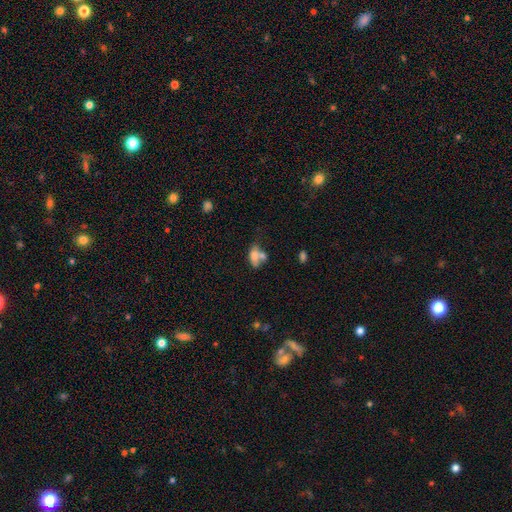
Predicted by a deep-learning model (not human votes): Overall: smooth (63%; featured or disk 26%). How rounded: in between (80%). Merging: merger (50%; none 24%).